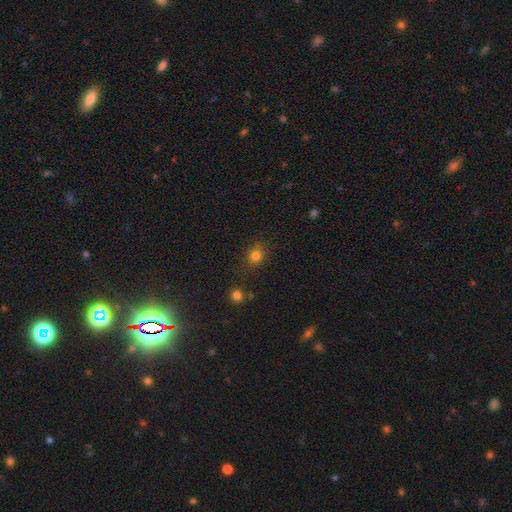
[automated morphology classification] type=smooth (79%); roundness=round (71%); merging=none (80%).